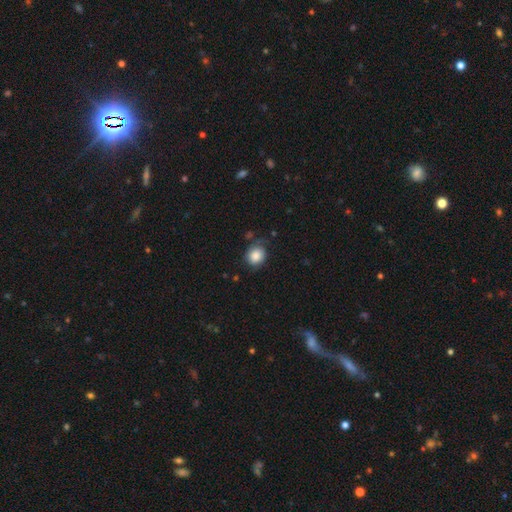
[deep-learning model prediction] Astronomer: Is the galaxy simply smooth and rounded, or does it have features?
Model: smooth — 82%.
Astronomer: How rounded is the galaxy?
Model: round — 70%.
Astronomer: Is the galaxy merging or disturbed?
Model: none — 65%.